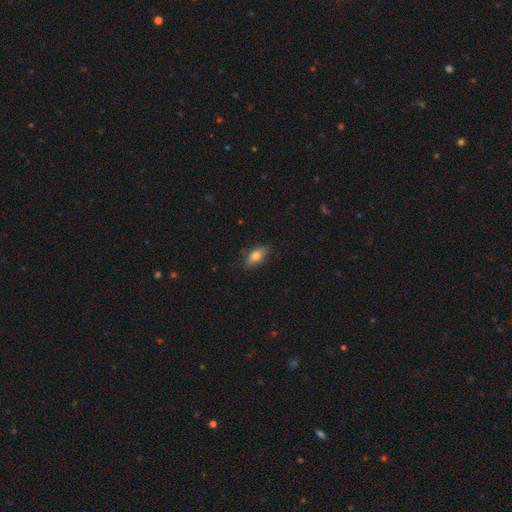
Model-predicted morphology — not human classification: Q: Smooth or featured?
A: smooth (78%); runner-up: featured or disk (14%)
Q: How rounded?
A: in between (83%); runner-up: cigar-shaped (13%)
Q: Merging?
A: none (81%); runner-up: minor disturbance (16%)